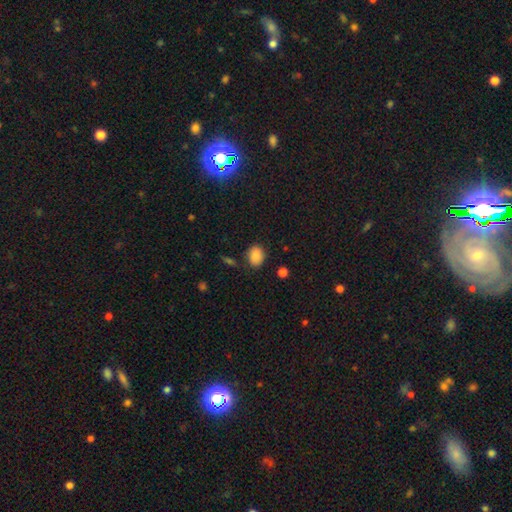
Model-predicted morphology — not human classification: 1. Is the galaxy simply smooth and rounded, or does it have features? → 87% smooth, 9% star or artifact, 5% featured or disk.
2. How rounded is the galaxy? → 56% in between, 43% round, 1% cigar-shaped.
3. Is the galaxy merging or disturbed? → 79% none, 14% minor disturbance, 4% merger, 3% major disturbance.